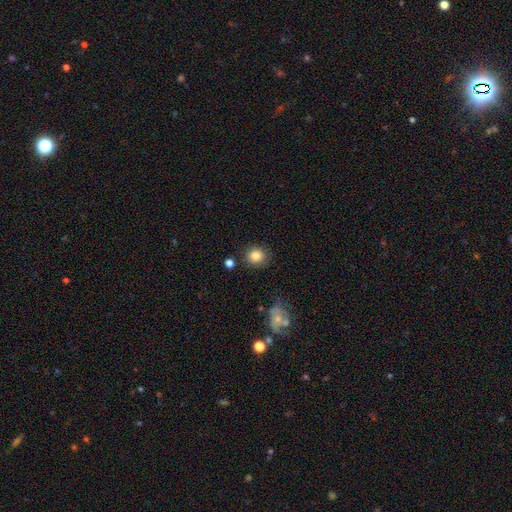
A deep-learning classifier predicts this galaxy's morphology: The model was most divided on "how rounded": round: 83%, in between: 16%, cigar-shaped: 1%. More confident: merging — none (84%); smooth or featured — smooth (83%).